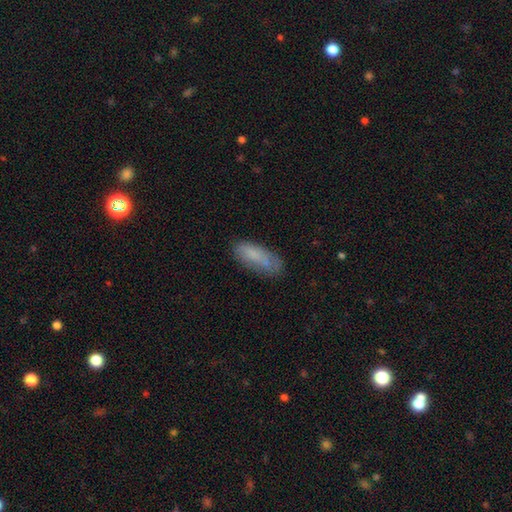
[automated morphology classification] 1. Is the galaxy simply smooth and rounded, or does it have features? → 76% smooth, 17% featured or disk, 7% star or artifact.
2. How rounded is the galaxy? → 72% in between, 26% cigar-shaped, 2% round.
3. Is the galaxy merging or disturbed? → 69% none, 22% minor disturbance, 6% major disturbance, 2% merger.